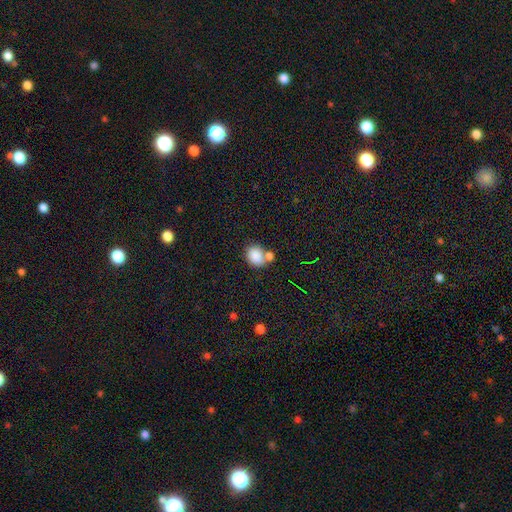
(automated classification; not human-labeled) Smooth or featured? Predicted: smooth (p=0.84). How rounded? Predicted: round (p=0.50). Merging? Predicted: none (p=0.51).